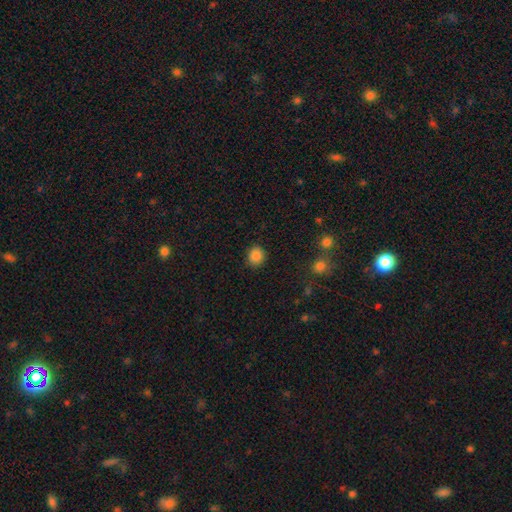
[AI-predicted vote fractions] smooth_or_featured: smooth (p=0.86) [alt: star or artifact p=0.10]
how_rounded: round (p=0.81) [alt: in between p=0.18]
merging: none (p=0.88) [alt: minor disturbance p=0.08]